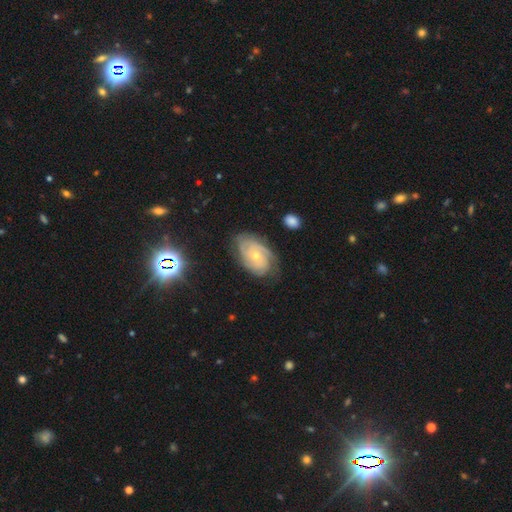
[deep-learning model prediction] A featured or disk galaxy (79%) with no bar (78%), tight (69%) spiral arms (93%) and a small central bulge (56%).

Vote fractions:
- Smooth or featured? featured or disk: 79% / smooth: 15% / star or artifact: 6%
- Edge-on disk? no: 96% / yes: 4%
- Bar? no: 78% / weak: 18% / strong: 3%
- Spiral arms? yes: 93% / no: 7%
- Spiral winding? tight: 69% / medium: 24% / loose: 6%
- Spiral arm count? can't tell: 35% / 2: 26% / 3: 22% / 4: 8% / 1: 5% / more than 4: 4%
- Bulge size? small: 56% / moderate: 41% / large: 1% / none: 1% / dominant: 1%
- Merging? none: 72% / minor disturbance: 21% / major disturbance: 6% / merger: 2%